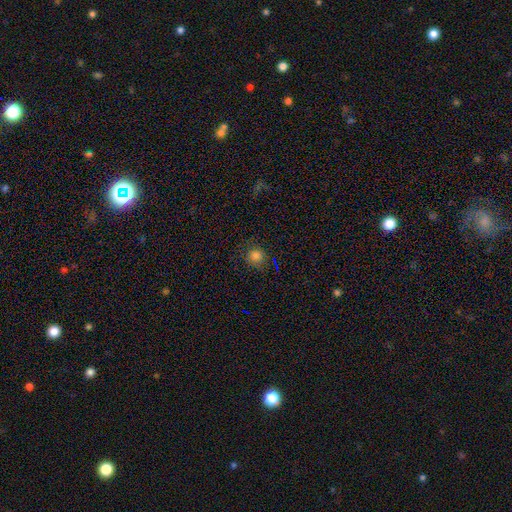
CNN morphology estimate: type=smooth (79%); roundness=round (90%); merging=none (82%).